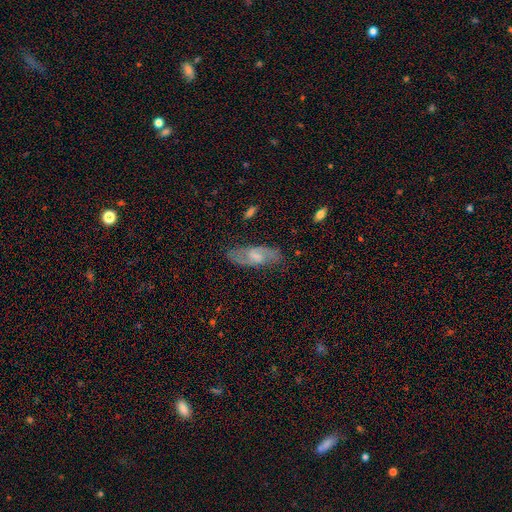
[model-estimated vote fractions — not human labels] smooth_or_featured: featured or disk (p=0.63) [alt: smooth p=0.30]
disk_edge_on: no (p=0.88) [alt: yes p=0.12]
bar: weak (p=0.54) [alt: no p=0.26]
has_spiral_arms: yes (p=0.85) [alt: no p=0.15]
bulge_size: moderate (p=0.36) [alt: small p=0.33]
merging: none (p=0.80) [alt: minor disturbance p=0.14]